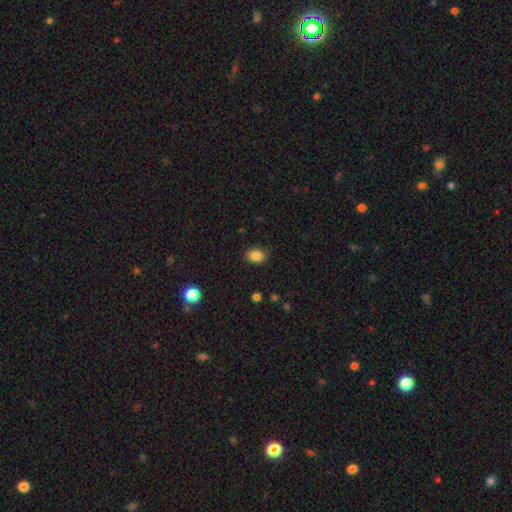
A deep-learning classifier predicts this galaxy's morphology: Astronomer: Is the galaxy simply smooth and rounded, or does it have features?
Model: smooth — 86%.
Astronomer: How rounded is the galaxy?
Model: in between — 70%.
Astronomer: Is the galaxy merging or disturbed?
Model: none — 82%.